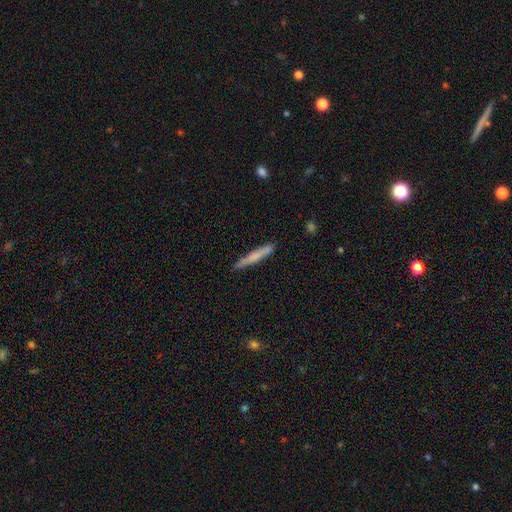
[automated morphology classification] Q: Smooth or featured?
A: smooth (63%); runner-up: featured or disk (31%)
Q: How rounded?
A: cigar-shaped (95%); runner-up: in between (3%)
Q: Merging?
A: none (85%); runner-up: minor disturbance (11%)